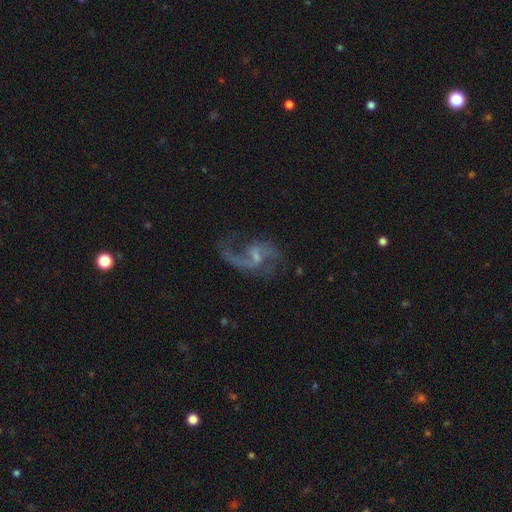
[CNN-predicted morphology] featured or disk 86%, star or artifact 7%, smooth 7%. Down the decision tree: edge-on disk — no (97%); bar — weak (53%); spiral arms — yes (94%); spiral arm count — 2 (76%); spiral winding — loose (71%); bulge size — small (61%); merging — none (59%).